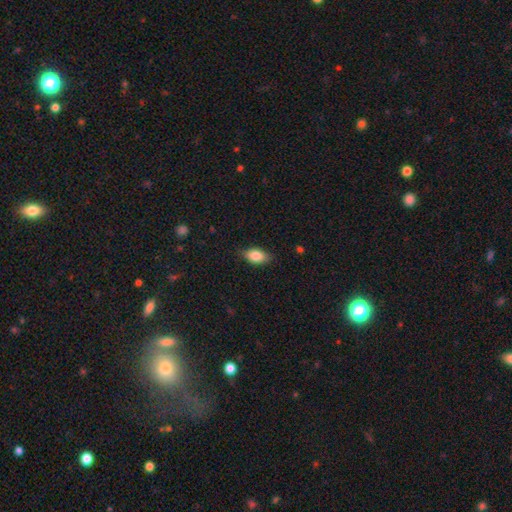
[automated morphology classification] This is clearly a smooth galaxy (85%). How rounded: clearly in between (90%). Merging: clearly none (81%).